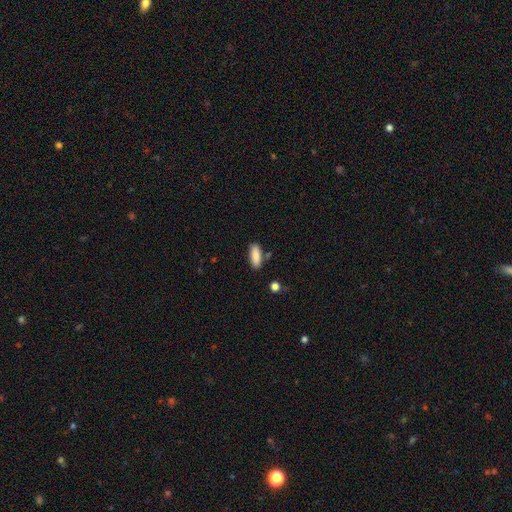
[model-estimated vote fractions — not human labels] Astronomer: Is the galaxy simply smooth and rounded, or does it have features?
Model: smooth — 87%.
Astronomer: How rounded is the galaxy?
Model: in between — 67%.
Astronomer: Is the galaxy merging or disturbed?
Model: none — 82%.